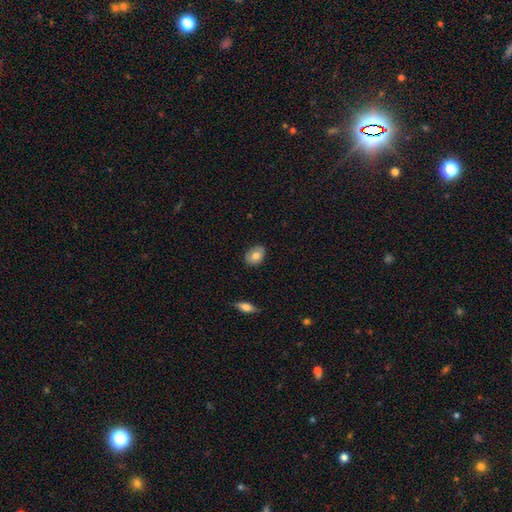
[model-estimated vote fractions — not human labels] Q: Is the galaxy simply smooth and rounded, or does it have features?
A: smooth — 74%.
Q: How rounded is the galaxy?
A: in between — 75%.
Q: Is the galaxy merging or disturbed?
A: none — 82%.